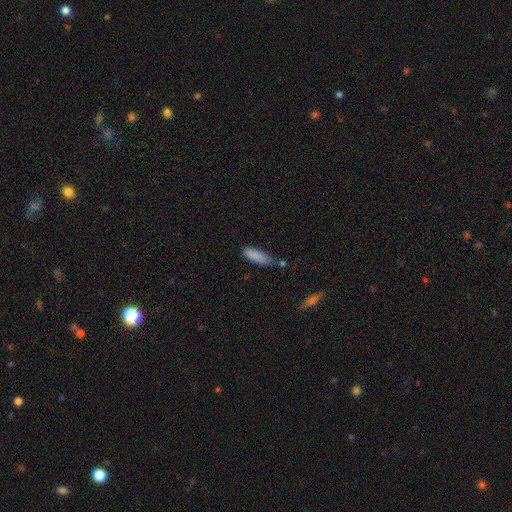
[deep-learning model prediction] Smooth or featured?
  - smooth: 85% *
  - star or artifact: 8%
  - featured or disk: 7%
How rounded?
  - in between: 51% *
  - cigar-shaped: 47%
  - round: 2%
Merging?
  - none: 49% *
  - minor disturbance: 32%
  - merger: 11%
  - major disturbance: 9%